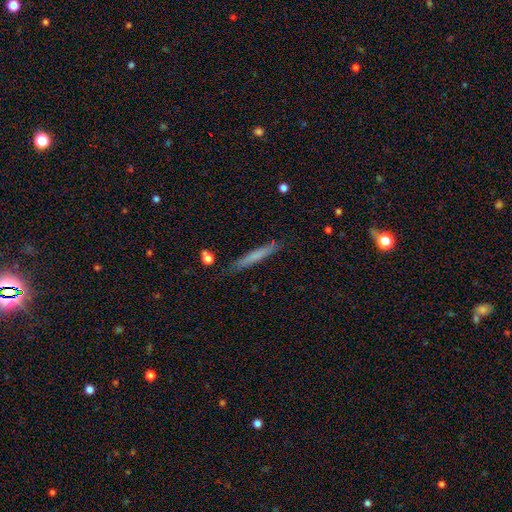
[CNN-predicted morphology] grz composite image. It shows a smooth galaxy with no disk features (65%) that is cigar-shaped (96%). Merging: none (84%).